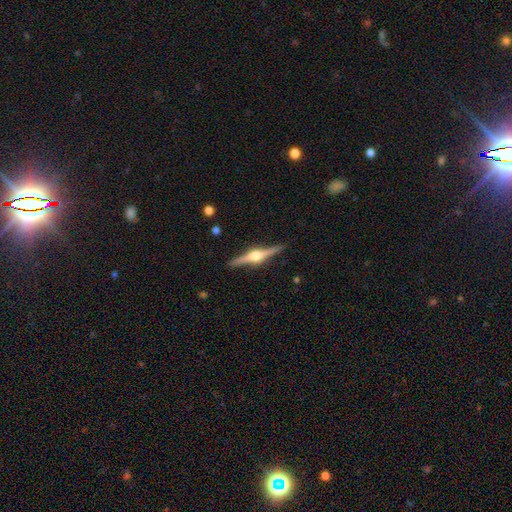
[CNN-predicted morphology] type=featured or disk (84%); edge-on=yes (98%); edge-on bulge=rounded (95%); merging=none (90%).